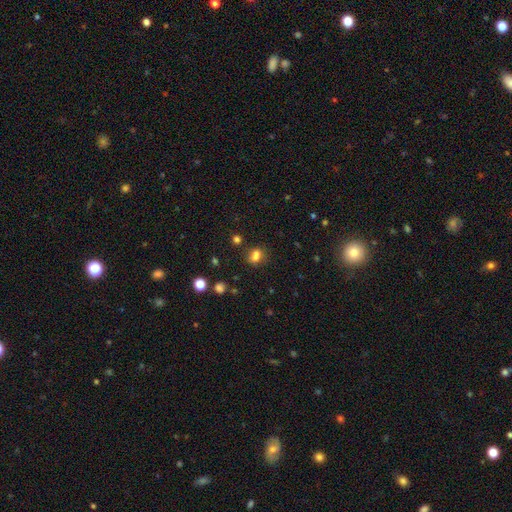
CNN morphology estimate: smooth-or-featured: smooth: 73% | star or artifact: 17% | featured or disk: 10%
  how-rounded: round: 50% | in between: 49% | cigar-shaped: 2%
  merging: none: 53% | merger: 28% | minor disturbance: 14% | major disturbance: 5%